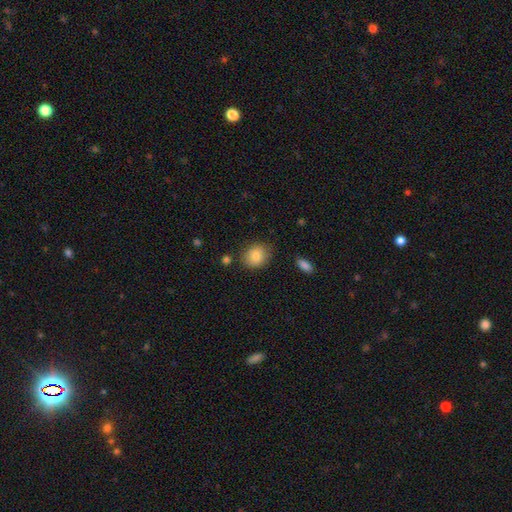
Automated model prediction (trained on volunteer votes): Overall: smooth (86%). How rounded: round (52%; in between 47%). Merging: none (77%).